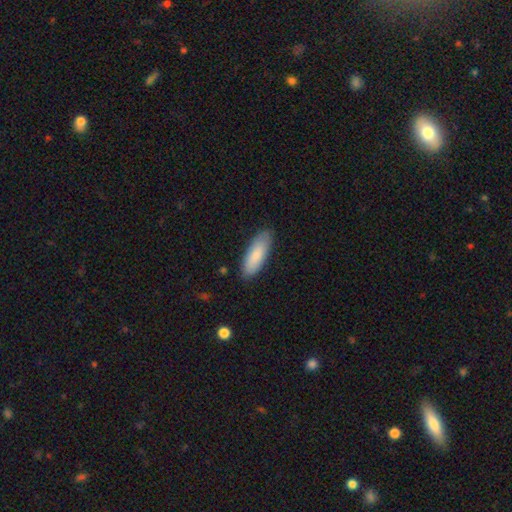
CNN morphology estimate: smooth 85%, featured or disk 10%, star or artifact 5%. Down the decision tree: how rounded — in between (65%); merging — none (85%).